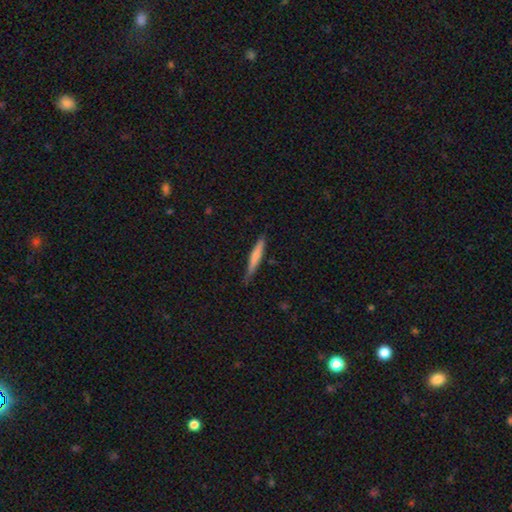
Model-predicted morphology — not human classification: Overall: smooth (66%; featured or disk 28%). How rounded: cigar-shaped (94%). Merging: none (76%).